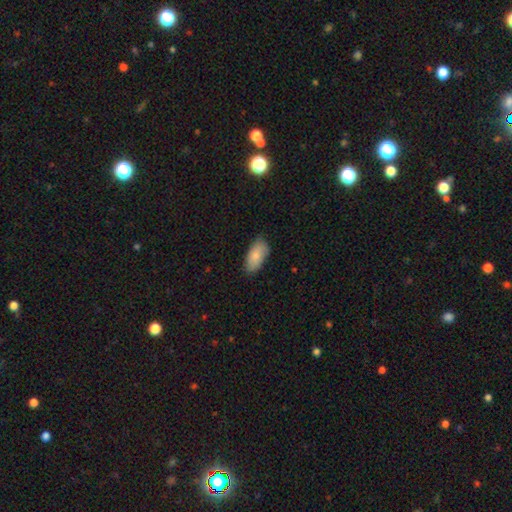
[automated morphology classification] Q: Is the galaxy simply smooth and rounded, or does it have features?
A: smooth — 84%.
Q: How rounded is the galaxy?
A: in between — 92%.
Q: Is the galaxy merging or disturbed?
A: none — 79%.